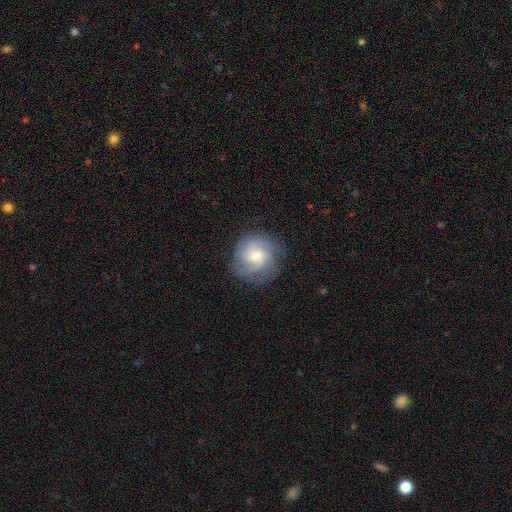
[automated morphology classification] smooth-or-featured: featured or disk: 64% | smooth: 28% | star or artifact: 8%
  disk-edge-on: no: 98% | yes: 2%
    bar: no: 65% | weak: 31% | strong: 4%
    has-spiral-arms: yes: 92% | no: 8%
      spiral-winding: tight: 51% | medium: 37% | loose: 13%
      spiral-arm-count: can't tell: 32% | 3: 28% | 2: 17% | 4: 12% | 1: 6% | more than 4: 5%
    bulge-size: moderate: 48% | small: 43% | large: 6% | none: 2% | dominant: 1%
  merging: none: 77% | minor disturbance: 15% | major disturbance: 7% | merger: 1%